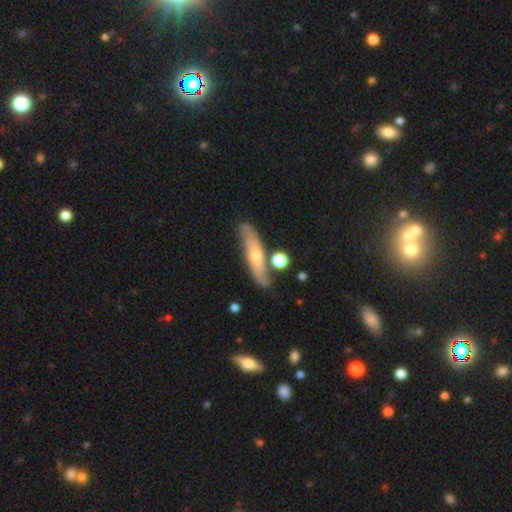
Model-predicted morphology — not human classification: Smooth or featured? Predicted: featured or disk (p=0.54). Edge-on disk? Predicted: yes (p=0.55). Merging? Predicted: none (p=0.73).